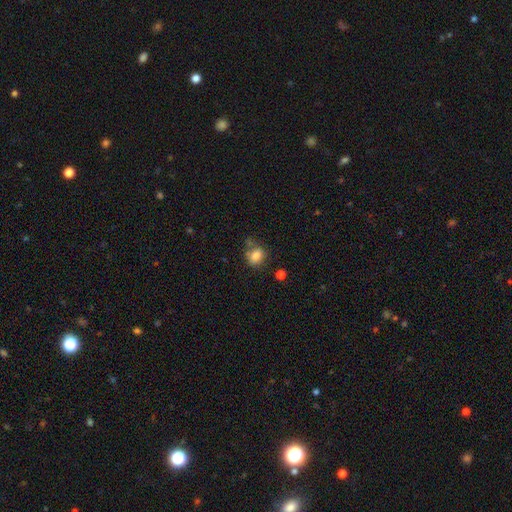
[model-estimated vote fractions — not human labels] Smooth or featured?
  - smooth: 82% *
  - star or artifact: 10%
  - featured or disk: 8%
How rounded?
  - in between: 50% *
  - round: 49%
  - cigar-shaped: 1%
Merging?
  - none: 59% *
  - minor disturbance: 22%
  - merger: 12%
  - major disturbance: 7%